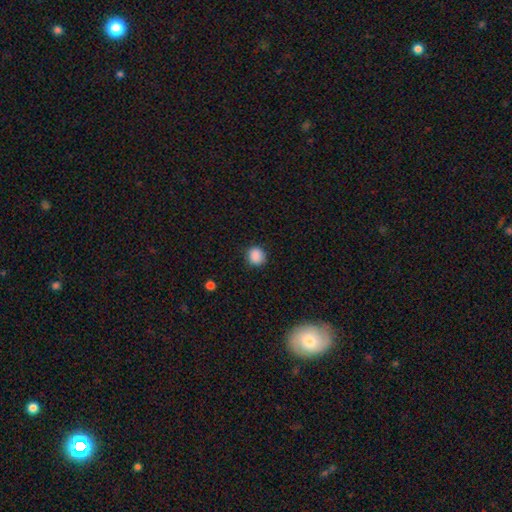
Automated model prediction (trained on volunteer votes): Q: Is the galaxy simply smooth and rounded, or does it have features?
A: smooth — 88%.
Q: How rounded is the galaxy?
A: round — 83%.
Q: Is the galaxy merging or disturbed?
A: none — 86%.